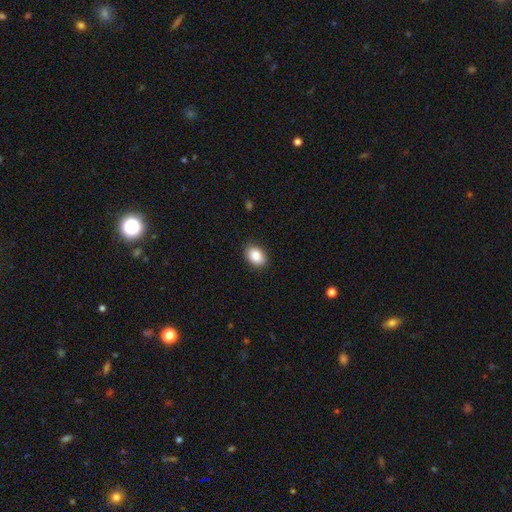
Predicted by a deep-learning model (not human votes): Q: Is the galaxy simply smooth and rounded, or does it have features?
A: smooth — 89%.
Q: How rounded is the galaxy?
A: in between — 83%.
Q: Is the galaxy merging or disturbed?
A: none — 87%.